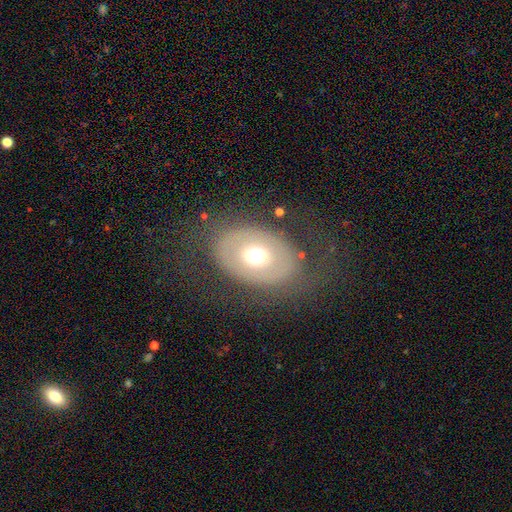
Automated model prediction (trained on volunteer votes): Smooth or featured?
  - smooth: 50% *
  - featured or disk: 40%
  - star or artifact: 10%
Merging?
  - none: 67% *
  - major disturbance: 17%
  - minor disturbance: 15%
  - merger: 2%